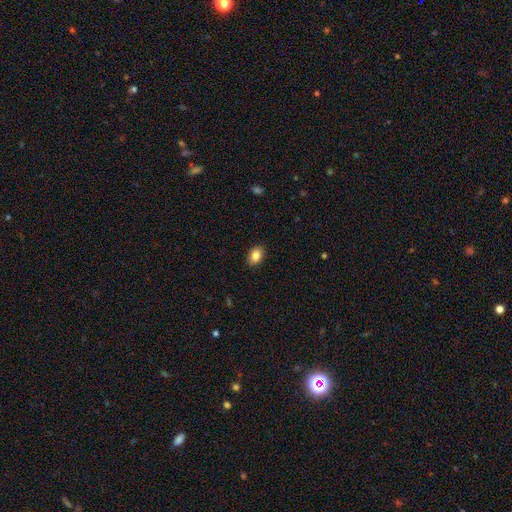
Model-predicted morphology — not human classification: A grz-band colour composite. It shows a smooth galaxy with no disk features (86%) that is in between round and cigar-shaped (83%). Merging: none (90%).